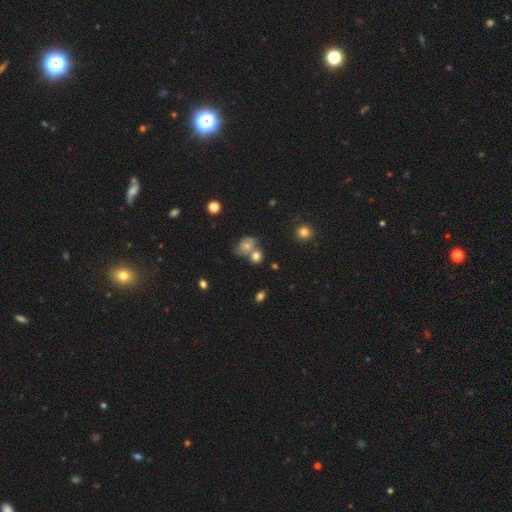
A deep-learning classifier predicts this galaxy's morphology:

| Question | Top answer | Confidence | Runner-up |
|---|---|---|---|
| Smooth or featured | smooth | 69% | featured or disk (17%) |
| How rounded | round | 67% | in between (31%) |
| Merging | none | 45% | merger (37%) |